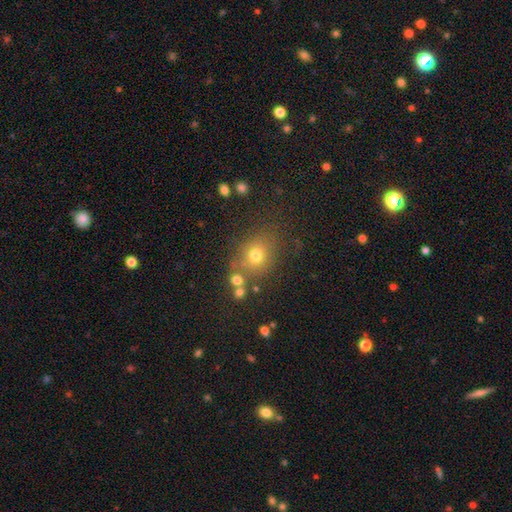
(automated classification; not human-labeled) Q: Smooth or featured?
A: smooth (70%); runner-up: star or artifact (18%)
Q: How rounded?
A: round (66%); runner-up: in between (33%)
Q: Merging?
A: none (69%); runner-up: minor disturbance (14%)